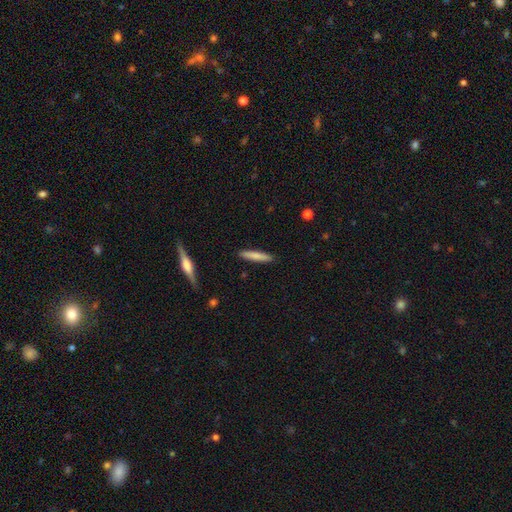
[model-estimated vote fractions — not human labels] Overall: smooth (76%). How rounded: cigar-shaped (90%). Merging: none (89%).